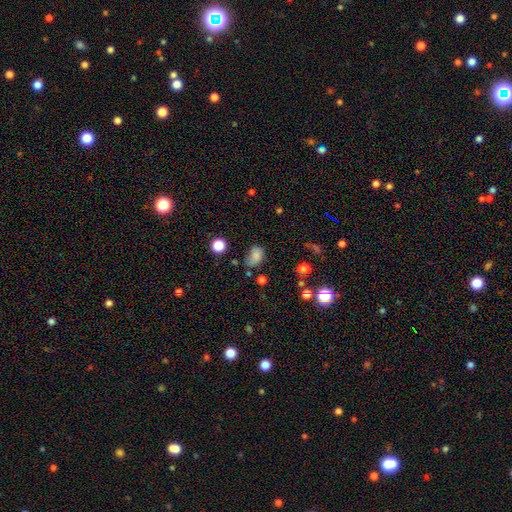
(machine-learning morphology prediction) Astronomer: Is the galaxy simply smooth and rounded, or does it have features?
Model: smooth — 73%.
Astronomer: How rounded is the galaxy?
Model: in between — 76%.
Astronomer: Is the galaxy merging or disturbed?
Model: none — 43% (runner-up: minor disturbance, 35%).